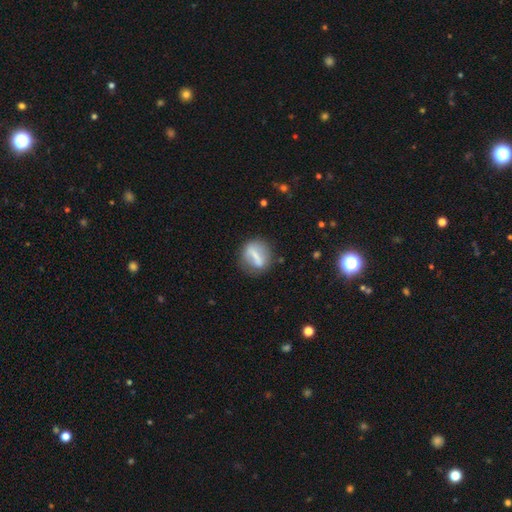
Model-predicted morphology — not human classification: This is possibly a smooth galaxy (49%). Merging: likely none (73%).